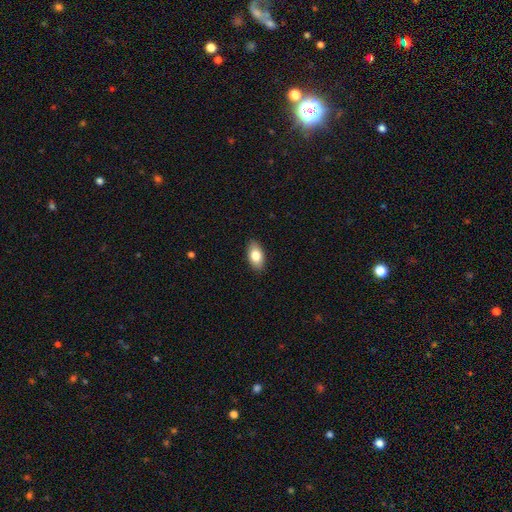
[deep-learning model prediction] This is clearly a smooth galaxy (81%). How rounded: clearly in between (92%). Merging: clearly none (89%).